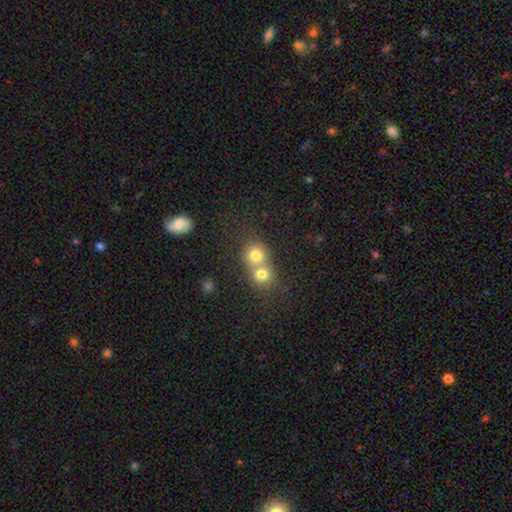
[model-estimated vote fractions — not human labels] Q: Smooth or featured?
A: smooth (76%); runner-up: star or artifact (13%)
Q: How rounded?
A: round (84%); runner-up: in between (15%)
Q: Merging?
A: merger (59%); runner-up: none (35%)